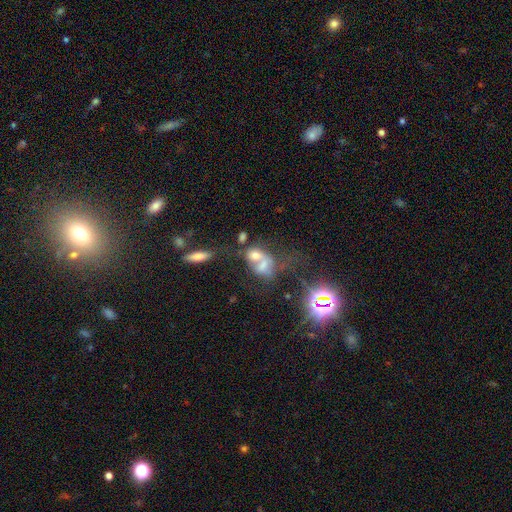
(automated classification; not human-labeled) smooth 53%, featured or disk 30%, star or artifact 17%. Down the decision tree: how rounded — in between (66%); merging — merger (64%).